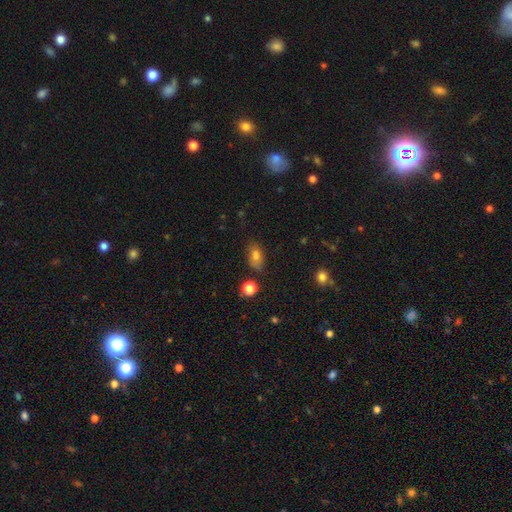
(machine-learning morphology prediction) The model was most divided on "merging": none: 60%, minor disturbance: 23%, merger: 9%, major disturbance: 7%. More confident: how rounded — in between (83%); smooth or featured — smooth (74%).